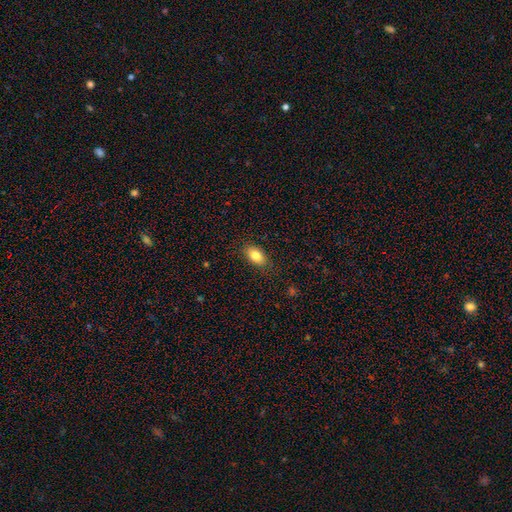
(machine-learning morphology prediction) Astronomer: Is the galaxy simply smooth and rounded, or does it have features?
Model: smooth — 83%.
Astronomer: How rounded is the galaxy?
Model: in between — 90%.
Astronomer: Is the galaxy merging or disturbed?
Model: none — 85%.